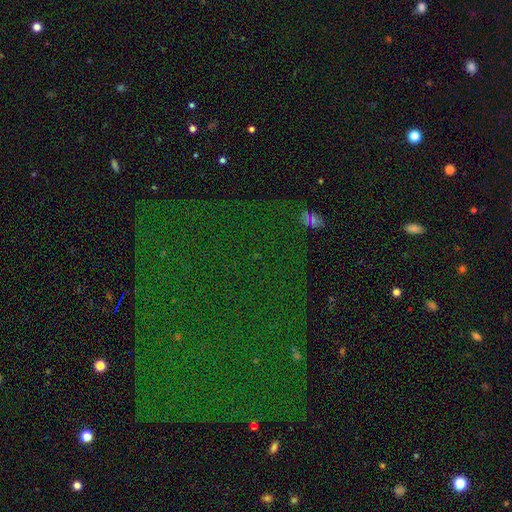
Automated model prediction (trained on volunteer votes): The model was most divided on "smooth or featured": star or artifact: 79%, smooth: 11%, featured or disk: 10%.